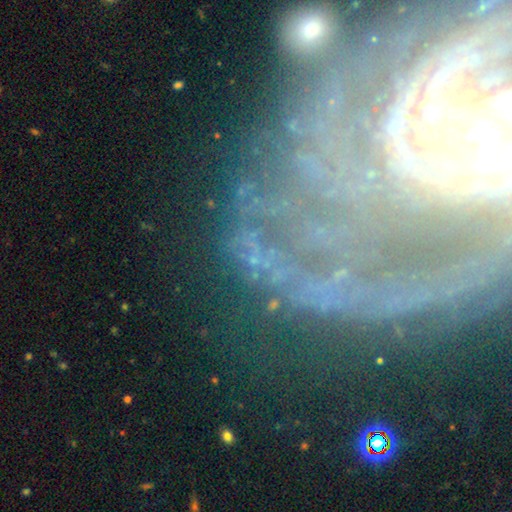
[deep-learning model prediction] Overall: featured or disk (55%; star or artifact 30%). Edge-on disk: no (89%). Merging: none (64%).